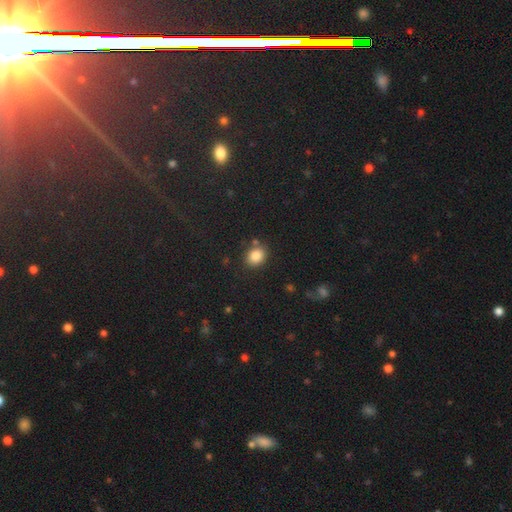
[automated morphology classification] Q: Smooth or featured?
A: smooth (85%); runner-up: star or artifact (10%)
Q: How rounded?
A: round (58%); runner-up: in between (41%)
Q: Merging?
A: none (77%); runner-up: minor disturbance (12%)